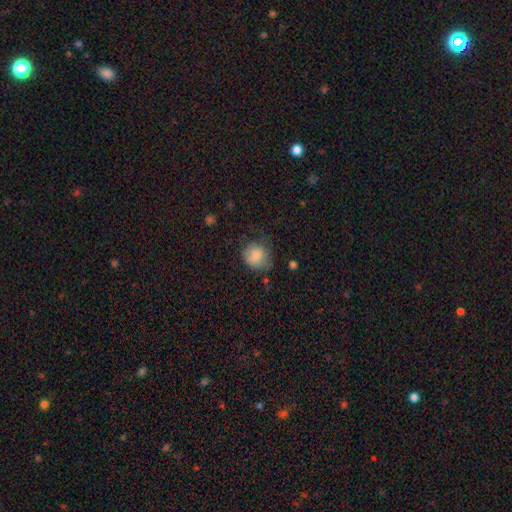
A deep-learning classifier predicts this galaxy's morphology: smooth_or_featured: smooth (p=0.82) [alt: featured or disk p=0.10]
how_rounded: round (p=0.76) [alt: in between p=0.23]
merging: none (p=0.48) [alt: minor disturbance p=0.31]